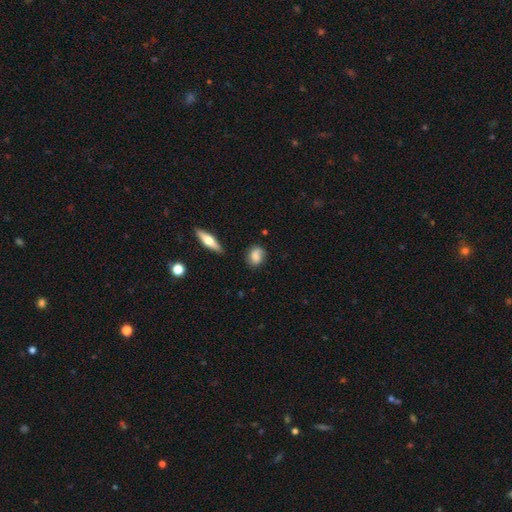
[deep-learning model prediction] Overall: smooth (70%). How rounded: in between (55%; round 42%). Merging: none (68%).